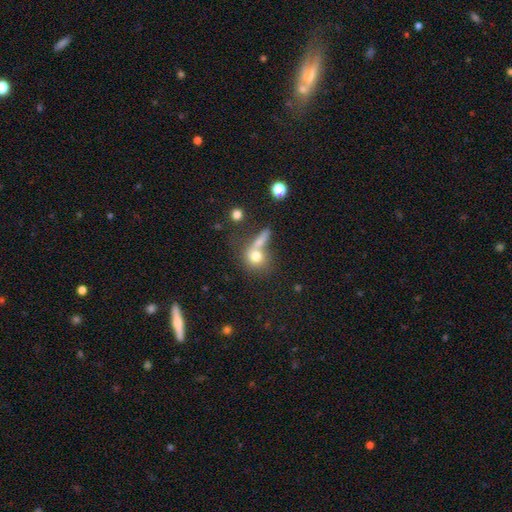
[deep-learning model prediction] Smooth or featured?
  - smooth: 71% *
  - featured or disk: 17%
  - star or artifact: 12%
How rounded?
  - round: 71% *
  - in between: 25%
  - cigar-shaped: 4%
Merging?
  - none: 41% *
  - merger: 39%
  - minor disturbance: 11%
  - major disturbance: 10%